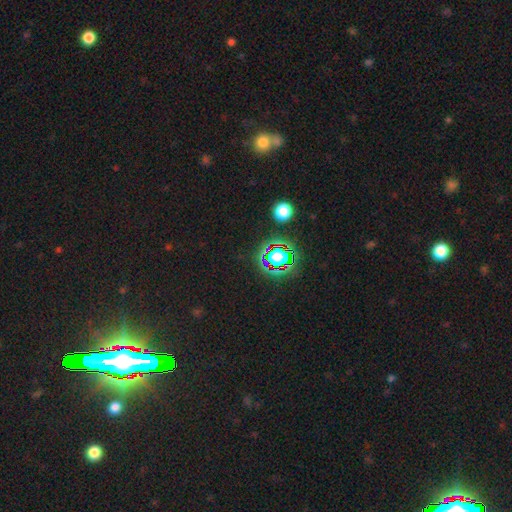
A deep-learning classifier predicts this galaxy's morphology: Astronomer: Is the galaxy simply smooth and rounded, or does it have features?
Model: star or artifact — 80%.